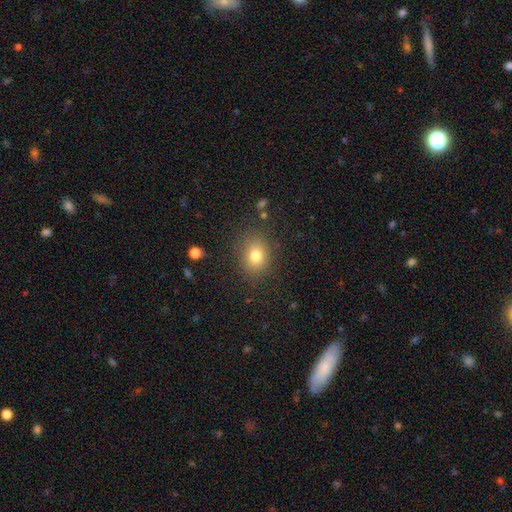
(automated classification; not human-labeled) Smooth or featured? Predicted: smooth (p=0.78). How rounded? Predicted: round (p=0.52). Merging? Predicted: none (p=0.84).